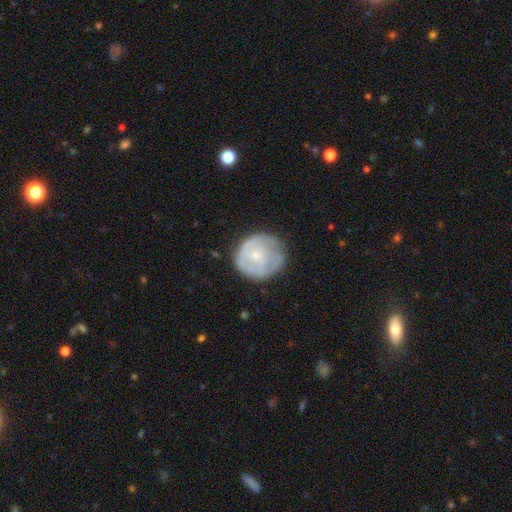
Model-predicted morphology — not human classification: Overall: featured or disk (51%; smooth 42%). Edge-on disk: no (98%). Merging: none (63%; minor disturbance 24%).